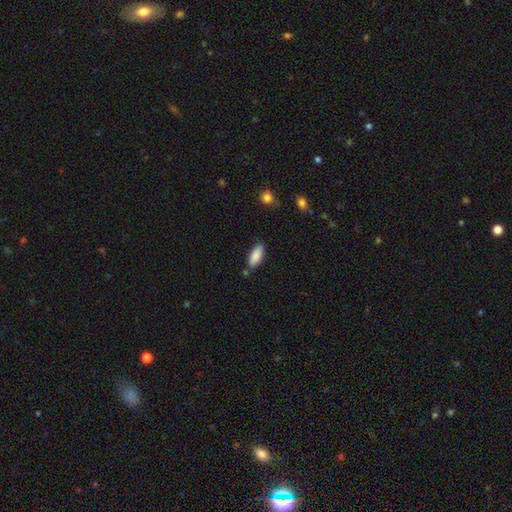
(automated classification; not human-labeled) A smooth galaxy with no disk features (87%) that is in between round and cigar-shaped (78%).

Vote fractions:
- Smooth or featured? smooth: 87% / featured or disk: 7% / star or artifact: 6%
- How rounded? in between: 78% / cigar-shaped: 20% / round: 2%
- Merging? none: 78% / minor disturbance: 14% / merger: 5% / major disturbance: 3%